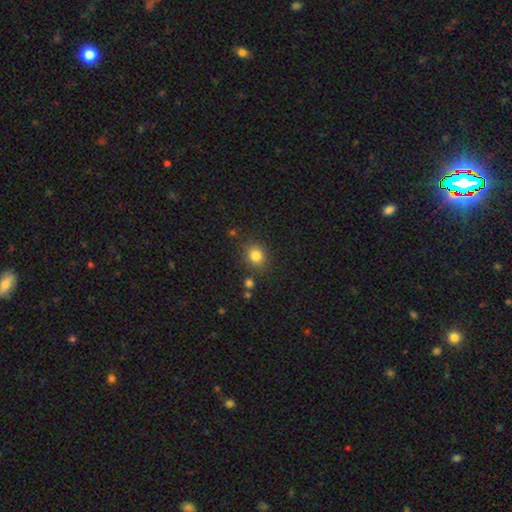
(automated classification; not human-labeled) This is clearly a smooth galaxy (83%). How rounded: likely round (73%). Merging: clearly none (81%).